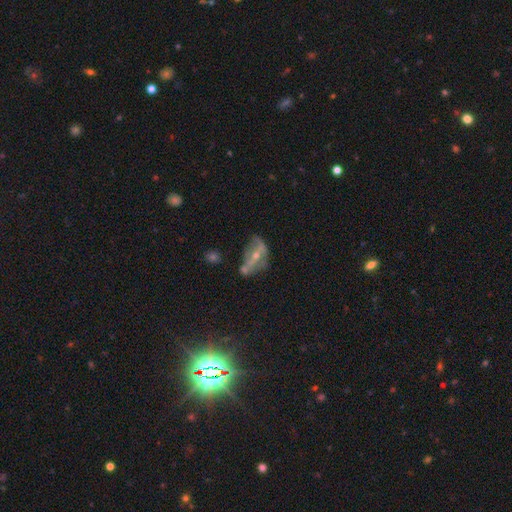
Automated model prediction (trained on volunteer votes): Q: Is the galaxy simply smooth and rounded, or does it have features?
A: featured or disk — 62%.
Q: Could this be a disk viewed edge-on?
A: no — 89%.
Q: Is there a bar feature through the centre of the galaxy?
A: no — 47%.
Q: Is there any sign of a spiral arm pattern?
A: no — 62%.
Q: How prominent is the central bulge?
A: moderate — 48%.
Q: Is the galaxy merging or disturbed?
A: none — 35%.